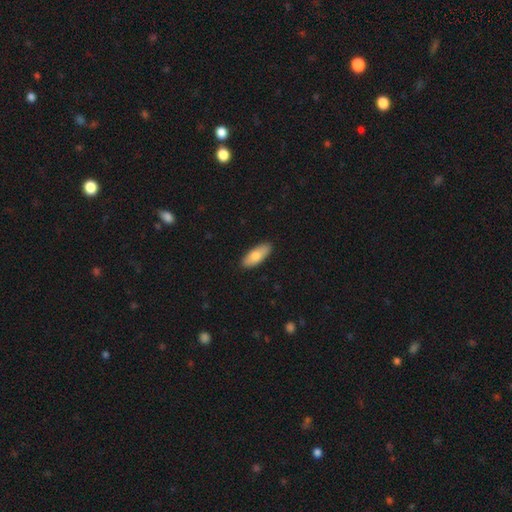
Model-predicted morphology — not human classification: This appears to be a smooth galaxy with no disk features (80%) that is in between round and cigar-shaped (76%). Merging: none (88%).